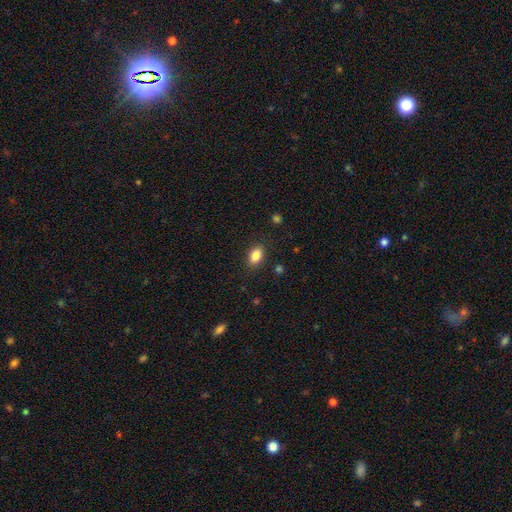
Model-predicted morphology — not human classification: type=smooth (86%); roundness=in between (88%); merging=none (87%).